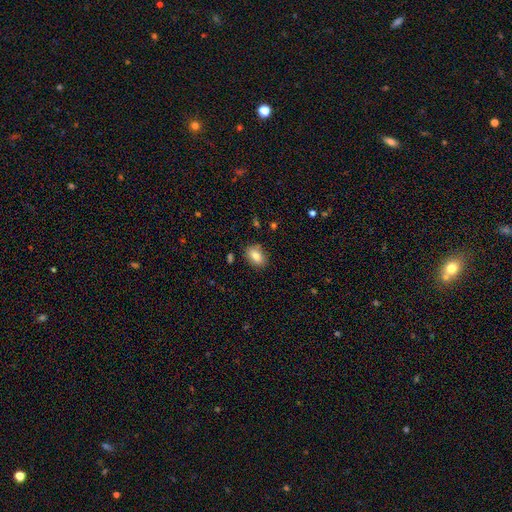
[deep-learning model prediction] smooth_or_featured: smooth (p=0.82) [alt: featured or disk p=0.10]
how_rounded: in between (p=0.83) [alt: round p=0.15]
merging: none (p=0.84) [alt: minor disturbance p=0.11]